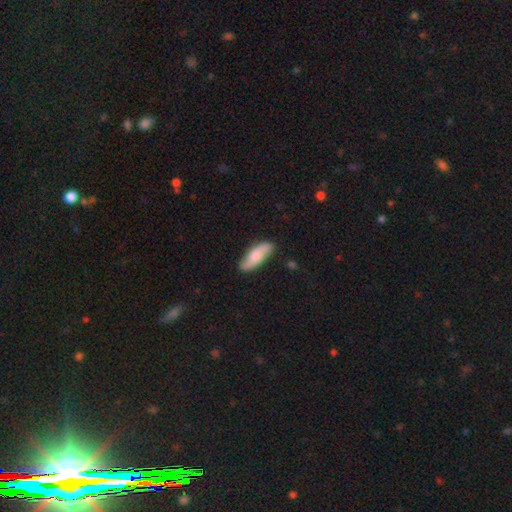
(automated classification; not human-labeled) smooth-or-featured: smooth: 61% | featured or disk: 33% | star or artifact: 6%
  how-rounded: in between: 67% | cigar-shaped: 31% | round: 2%
  merging: none: 81% | minor disturbance: 14% | major disturbance: 3% | merger: 2%